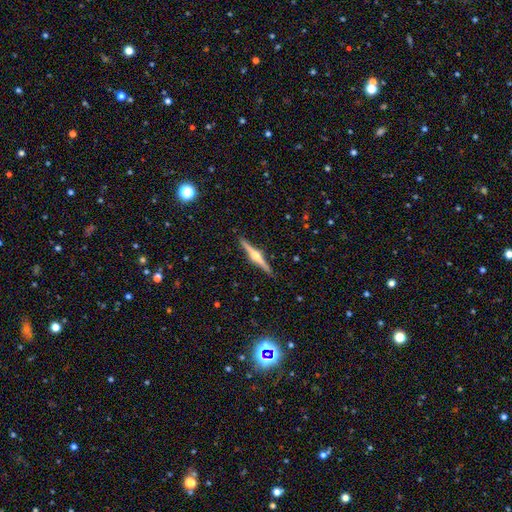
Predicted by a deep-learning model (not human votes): A featured or disk galaxy (79%) viewed edge-on (98%) with a rounded central bulge (94%). Merging: none (91%).